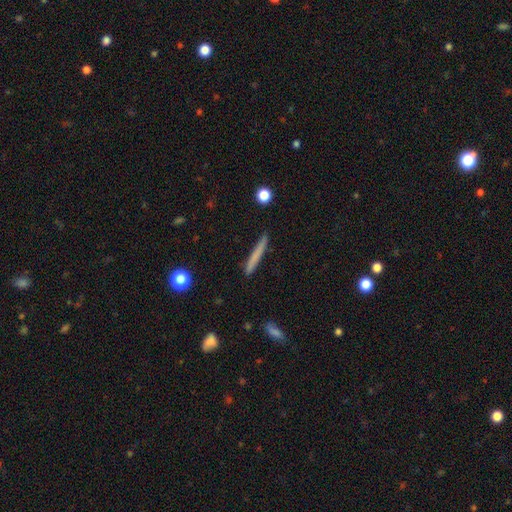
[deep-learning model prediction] Q: Smooth or featured?
A: smooth (68%); runner-up: featured or disk (25%)
Q: How rounded?
A: cigar-shaped (96%); runner-up: in between (2%)
Q: Merging?
A: none (88%); runner-up: minor disturbance (8%)